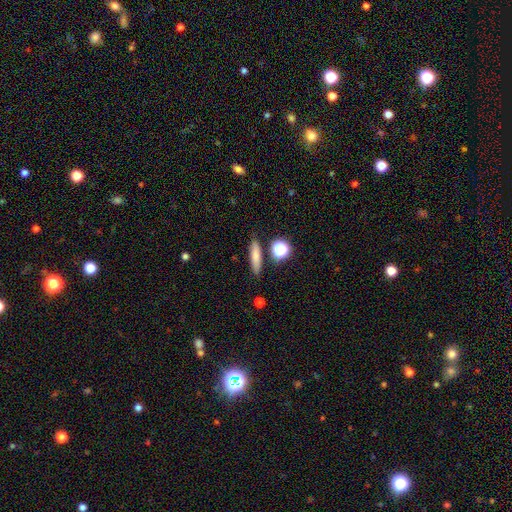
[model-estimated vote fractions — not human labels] smooth_or_featured: smooth (p=0.75) [alt: featured or disk p=0.15]
how_rounded: cigar-shaped (p=0.73) [alt: in between p=0.21]
merging: none (p=0.83) [alt: minor disturbance p=0.10]